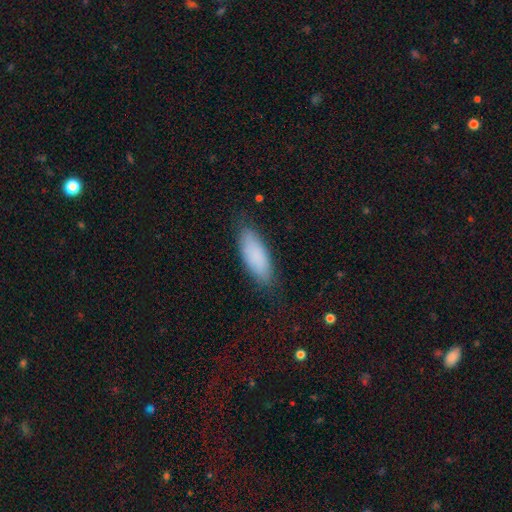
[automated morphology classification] Overall: smooth (86%). How rounded: in between (71%). Merging: none (79%).